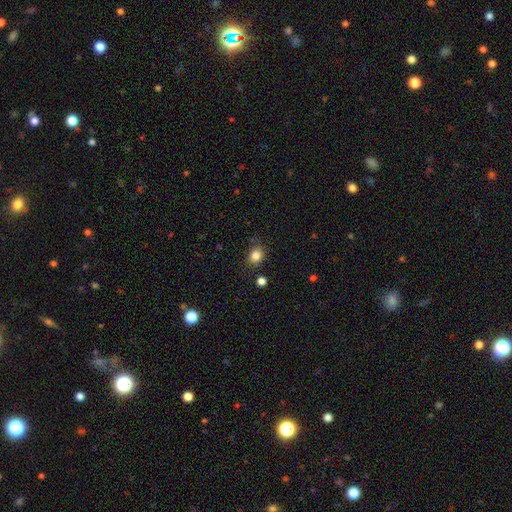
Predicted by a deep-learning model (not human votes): smooth 84%, star or artifact 12%, featured or disk 5%. Down the decision tree: how rounded — round (64%); merging — none (79%).